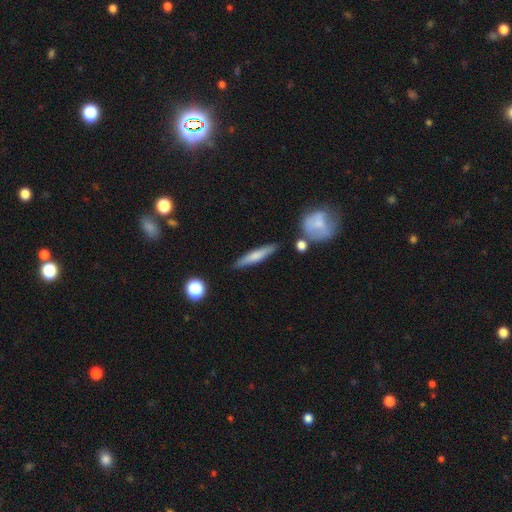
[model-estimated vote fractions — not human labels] Smooth or featured? smooth (62%)
How rounded? cigar-shaped (88%)
Merging? none (85%)